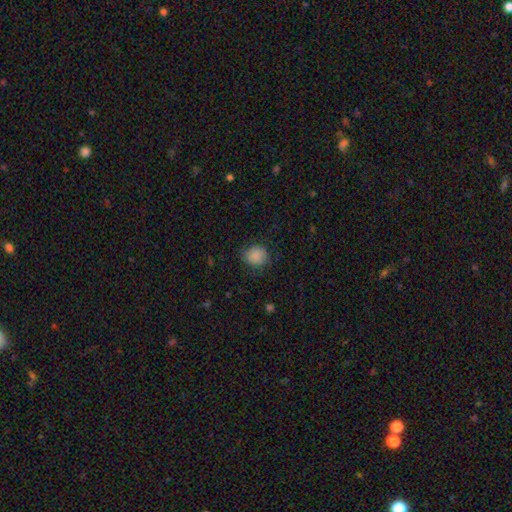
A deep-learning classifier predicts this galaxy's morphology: A smooth galaxy with no disk features (87%) that is round (75%).

Vote fractions:
- Smooth or featured? smooth: 87% / star or artifact: 8% / featured or disk: 5%
- How rounded? round: 75% / in between: 24% / cigar-shaped: 1%
- Merging? none: 78% / minor disturbance: 16% / major disturbance: 5% / merger: 1%